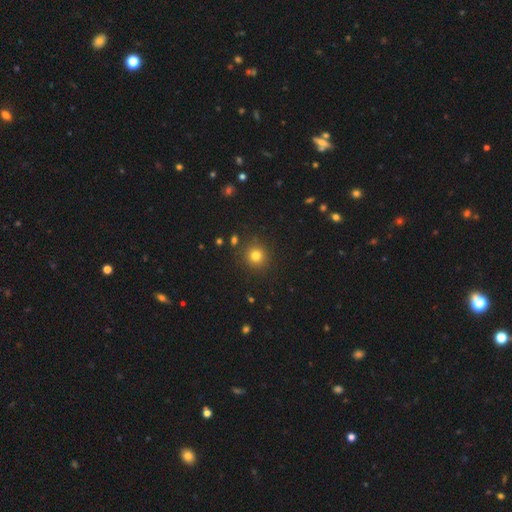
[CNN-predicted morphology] smooth_or_featured: smooth (p=0.79) [alt: star or artifact p=0.15]
how_rounded: round (p=0.92) [alt: in between p=0.07]
merging: none (p=0.89) [alt: minor disturbance p=0.07]